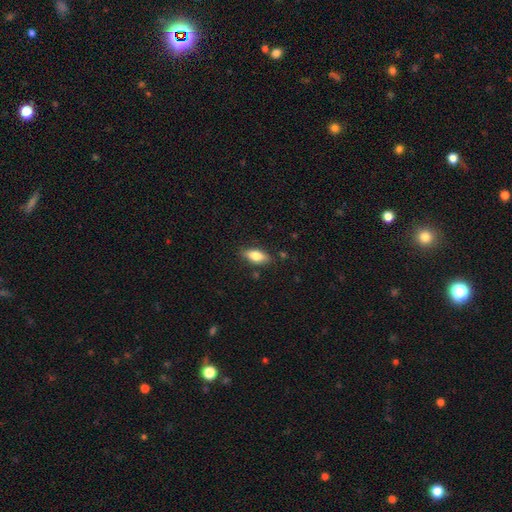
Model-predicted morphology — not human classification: Smooth or featured? Predicted: smooth (p=0.75). How rounded? Predicted: in between (p=0.80). Merging? Predicted: none (p=0.83).